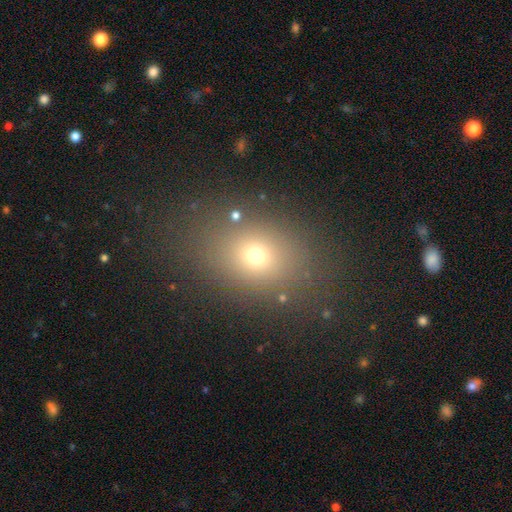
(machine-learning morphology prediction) A smooth galaxy with no disk features (67%) that is in between round and cigar-shaped (60%).

Vote fractions:
- Smooth or featured? smooth: 67% / star or artifact: 21% / featured or disk: 12%
- How rounded? in between: 60% / round: 39% / cigar-shaped: 1%
- Merging? none: 83% / minor disturbance: 10% / major disturbance: 5% / merger: 2%